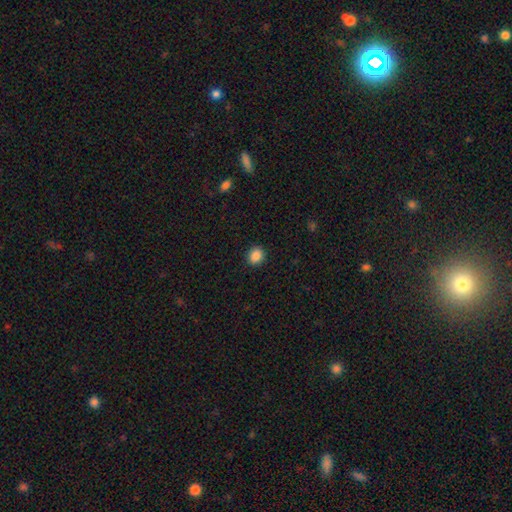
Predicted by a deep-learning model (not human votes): The model was most divided on "how rounded": round: 69%, in between: 30%, cigar-shaped: 1%. More confident: merging — none (91%); smooth or featured — smooth (87%).